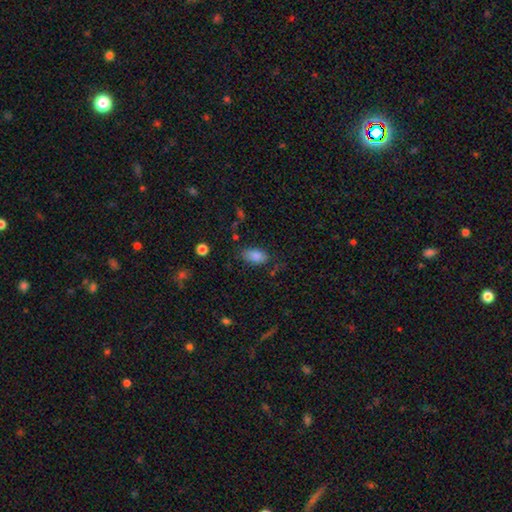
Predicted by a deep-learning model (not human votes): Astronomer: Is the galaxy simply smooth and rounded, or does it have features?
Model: smooth — 84%.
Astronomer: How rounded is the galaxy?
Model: in between — 91%.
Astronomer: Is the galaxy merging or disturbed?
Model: none — 72%.